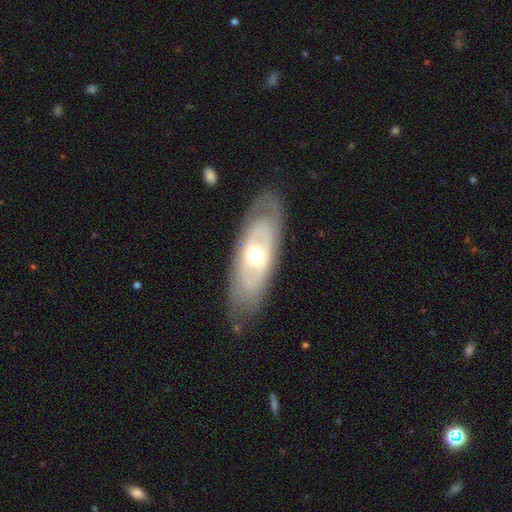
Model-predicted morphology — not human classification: A featured or disk galaxy (63%) with no bar (73%), no spiral arms (62%) and a moderate central bulge (62%).

Vote fractions:
- Smooth or featured? featured or disk: 63% / smooth: 31% / star or artifact: 6%
- Edge-on disk? no: 81% / yes: 19%
- Bar? no: 73% / weak: 19% / strong: 7%
- Spiral arms? no: 62% / yes: 38%
- Bulge size? moderate: 62% / small: 29% / large: 6% / dominant: 1% / none: 1%
- Merging? none: 78% / minor disturbance: 15% / major disturbance: 5% / merger: 1%